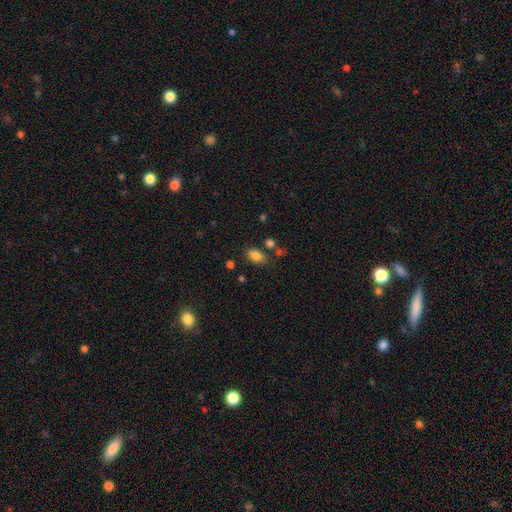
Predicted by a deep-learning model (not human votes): The model was most divided on "merging": none: 76%, minor disturbance: 13%, merger: 7%, major disturbance: 4%. More confident: how rounded — in between (88%); smooth or featured — smooth (83%).